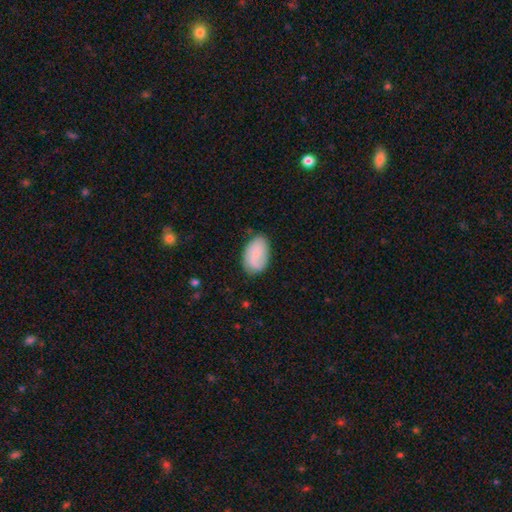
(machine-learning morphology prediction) Smooth or featured: smooth — 78% (featured or disk — 16%)
How rounded: in between — 92% (round — 7%)
Merging: none — 72% (minor disturbance — 21%)